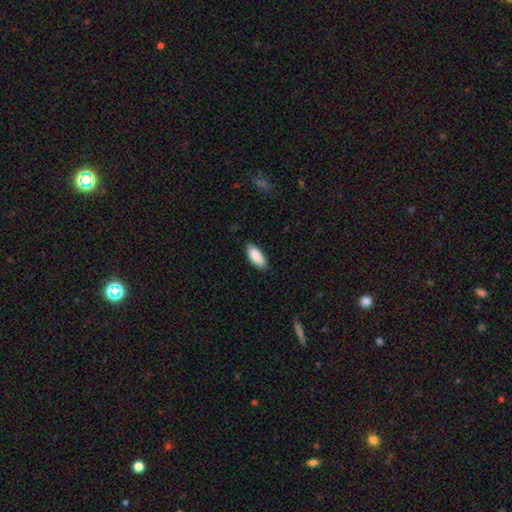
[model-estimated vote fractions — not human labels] This is clearly a smooth galaxy (88%). How rounded: clearly in between (87%). Merging: clearly none (83%).